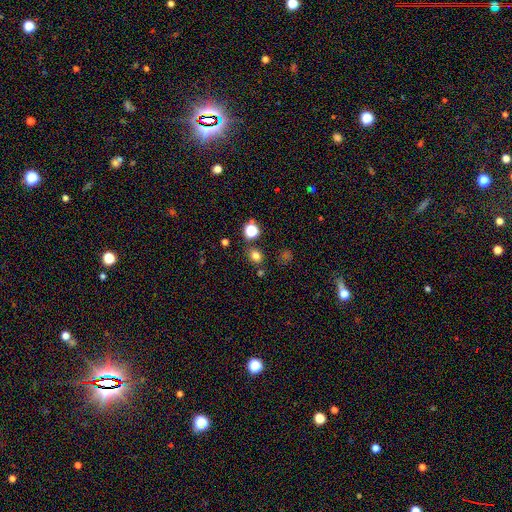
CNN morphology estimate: Smooth or featured? smooth (75%)
How rounded? round (62%)
Merging? none (81%)